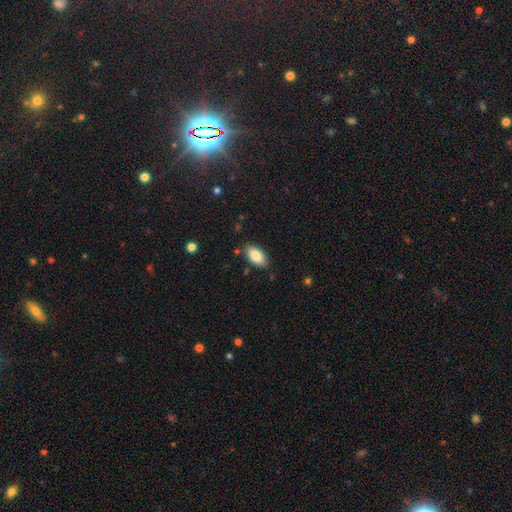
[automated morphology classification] Q: Smooth or featured?
A: smooth (84%); runner-up: featured or disk (9%)
Q: How rounded?
A: in between (93%); runner-up: cigar-shaped (4%)
Q: Merging?
A: none (83%); runner-up: minor disturbance (12%)